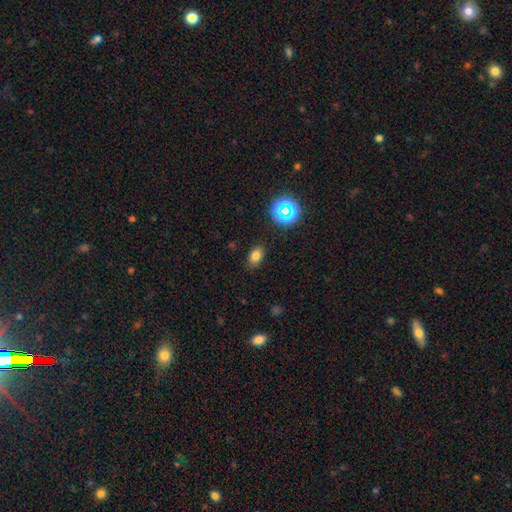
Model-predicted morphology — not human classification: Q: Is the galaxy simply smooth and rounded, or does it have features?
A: smooth — 75%.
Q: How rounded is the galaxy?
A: in between — 82%.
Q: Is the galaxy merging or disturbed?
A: none — 84%.